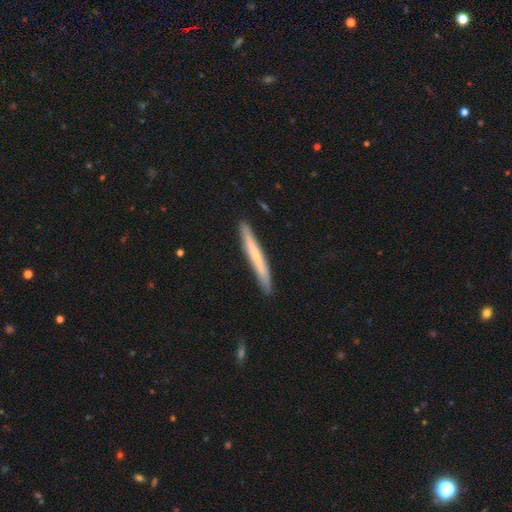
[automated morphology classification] A smooth galaxy with no disk features (55%) that is cigar-shaped (97%). Merging: none (89%).